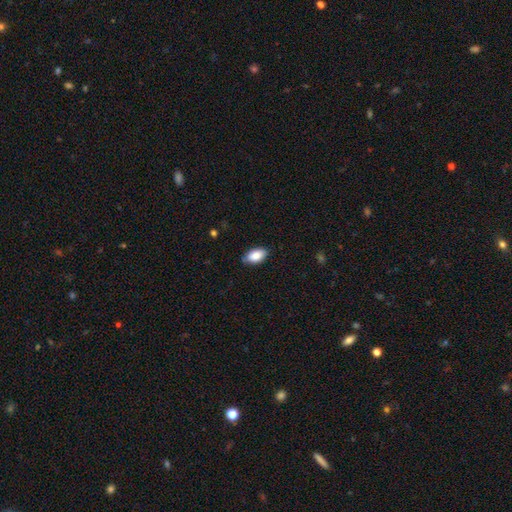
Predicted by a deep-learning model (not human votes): Smooth or featured? Predicted: smooth (p=0.86). How rounded? Predicted: in between (p=0.94). Merging? Predicted: none (p=0.81).